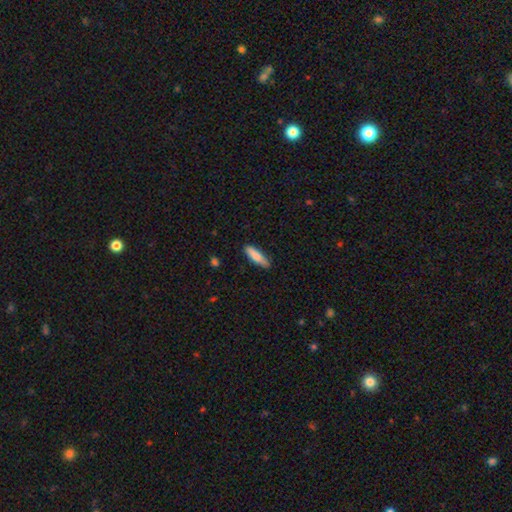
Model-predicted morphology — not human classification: smooth 80%, featured or disk 14%, star or artifact 6%. Down the decision tree: how rounded — cigar-shaped (70%); merging — none (85%).